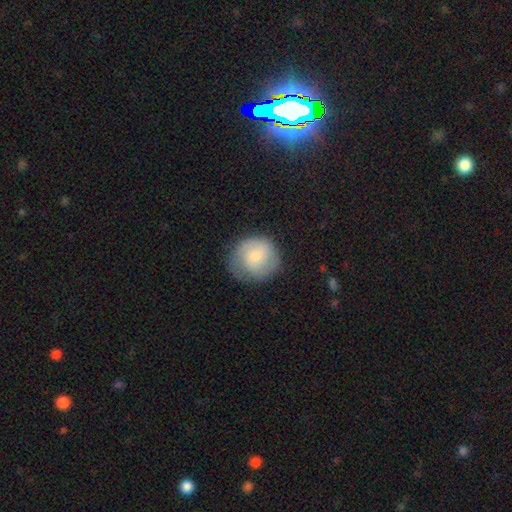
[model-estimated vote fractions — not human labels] A smooth galaxy with no disk features (59%) that is round (88%). Merging: none (65%).